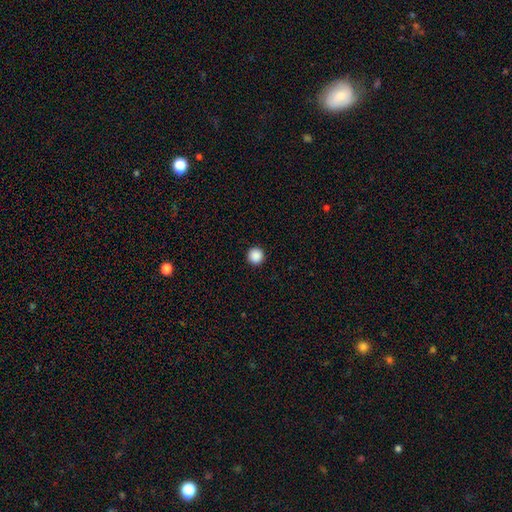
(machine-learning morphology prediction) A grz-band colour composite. It shows a smooth galaxy with no disk features (89%) that is round (97%). Merging: none (94%).